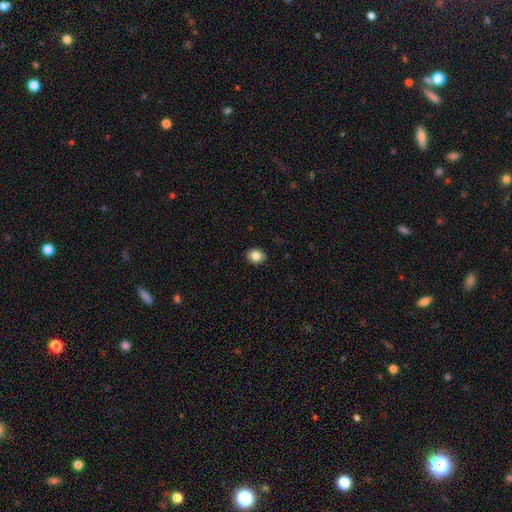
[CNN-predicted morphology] A smooth galaxy with no disk features (83%) that is round (56%). Merging: none (89%).